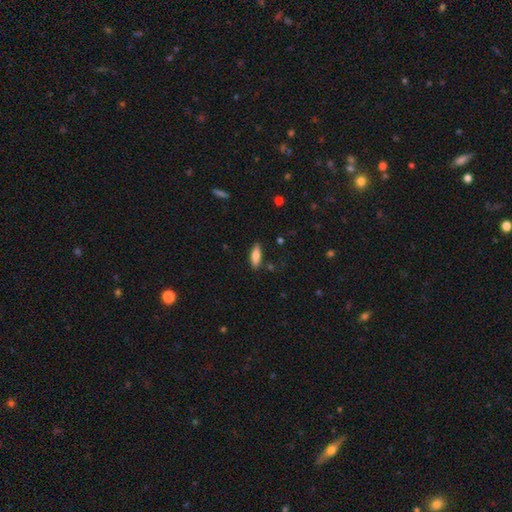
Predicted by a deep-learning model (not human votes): smooth_or_featured: smooth (p=0.78) [alt: featured or disk p=0.16]
how_rounded: in between (p=0.59) [alt: cigar-shaped p=0.39]
merging: none (p=0.84) [alt: minor disturbance p=0.11]